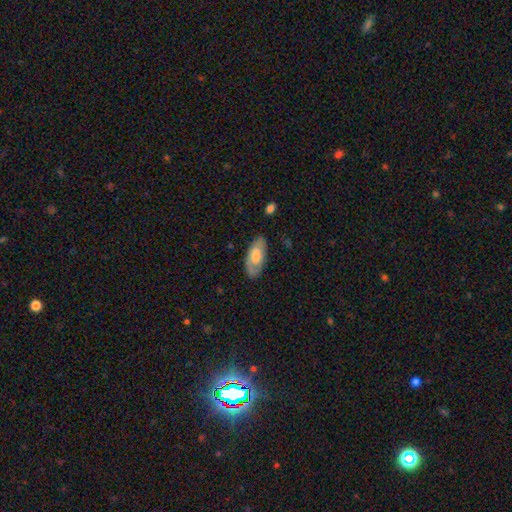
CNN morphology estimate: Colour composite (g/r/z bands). It shows a smooth galaxy with no disk features (56%) that is in between round and cigar-shaped (89%). Merging: none (78%).